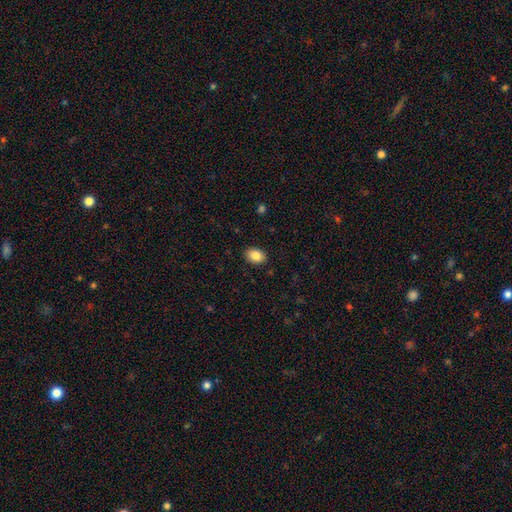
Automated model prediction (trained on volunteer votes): smooth_or_featured: smooth (p=0.86) [alt: star or artifact p=0.08]
how_rounded: in between (p=0.72) [alt: round p=0.27]
merging: none (p=0.89) [alt: minor disturbance p=0.08]